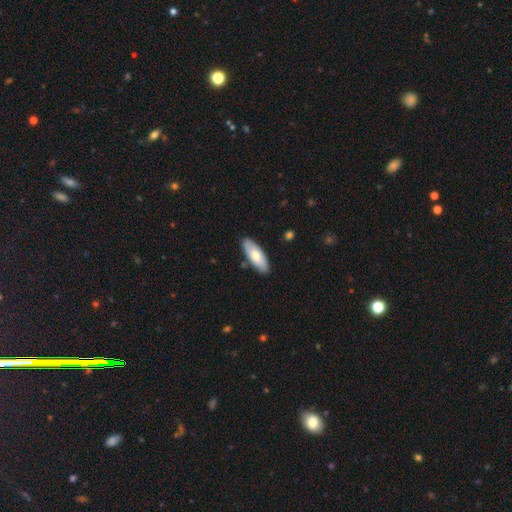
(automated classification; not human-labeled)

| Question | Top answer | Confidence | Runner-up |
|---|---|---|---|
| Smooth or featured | smooth | 64% | featured or disk (31%) |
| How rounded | in between | 78% | cigar-shaped (20%) |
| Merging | none | 86% | minor disturbance (10%) |